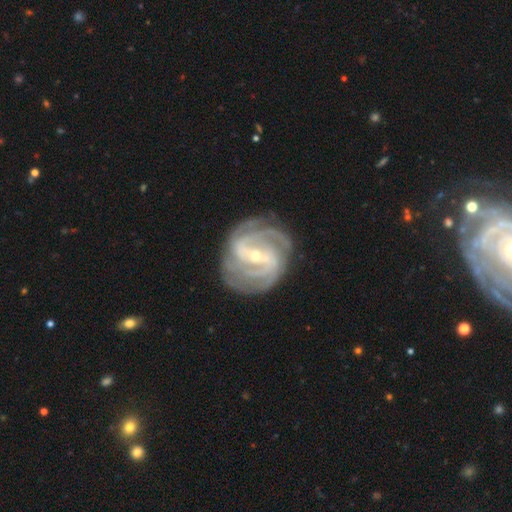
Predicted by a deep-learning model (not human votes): A featured or disk galaxy (91%) with a strong bar (51%), 3 (29%) tight (60%) spiral arms (98%) and a small central bulge (65%).

Vote fractions:
- Smooth or featured? featured or disk: 91% / star or artifact: 5% / smooth: 4%
- Edge-on disk? no: 97% / yes: 3%
- Bar? strong: 51% / weak: 37% / no: 12%
- Spiral arms? yes: 98% / no: 2%
- Spiral winding? tight: 60% / medium: 35% / loose: 6%
- Spiral arm count? 3: 29% / 2: 25% / 4: 19% / can't tell: 15% / more than 4: 6% / 1: 6%
- Bulge size? small: 65% / moderate: 32% / large: 1% / none: 1% / dominant: 1%
- Merging? none: 79% / minor disturbance: 14% / major disturbance: 5% / merger: 1%